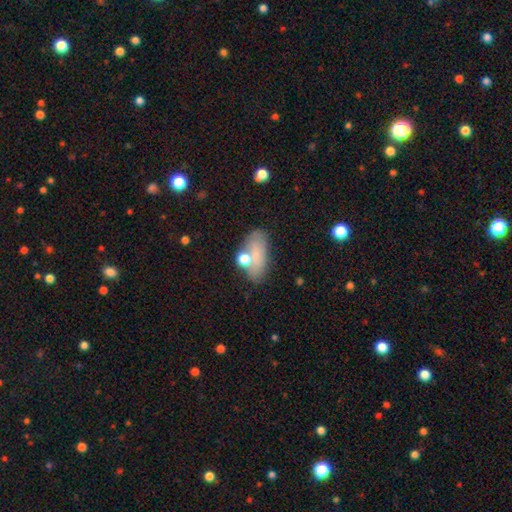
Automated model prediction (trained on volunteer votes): The model was most divided on "merging": none: 59%, minor disturbance: 21%, merger: 11%, major disturbance: 8%. More confident: how rounded — in between (87%); smooth or featured — smooth (69%).